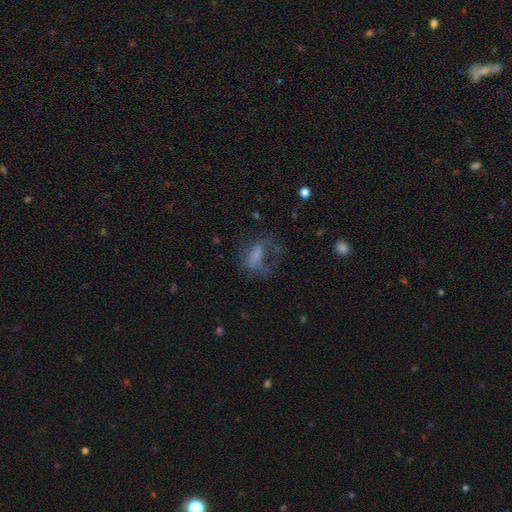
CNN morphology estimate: A smooth galaxy with no disk features (50%).

Vote fractions:
- Smooth or featured? smooth: 50% / featured or disk: 35% / star or artifact: 15%
- Merging? major disturbance: 49% / none: 30% / minor disturbance: 18% / merger: 3%